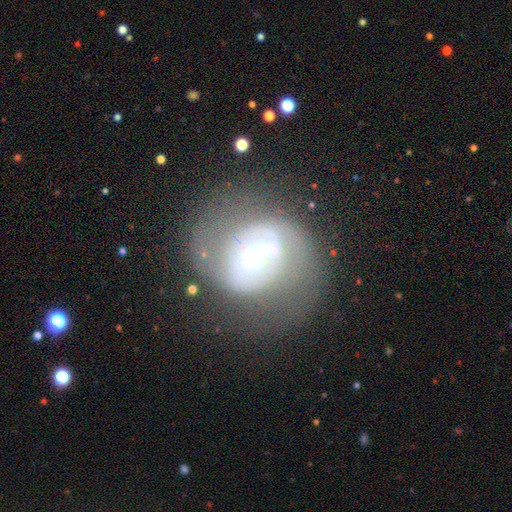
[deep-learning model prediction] Morphology: type=featured or disk (76%); edge-on=no (96%); bar=weak (41%); spiral arms=yes (70%); winding=medium (42%); arm count=2 (70%); bulge=small (58%); merging=none (56%).